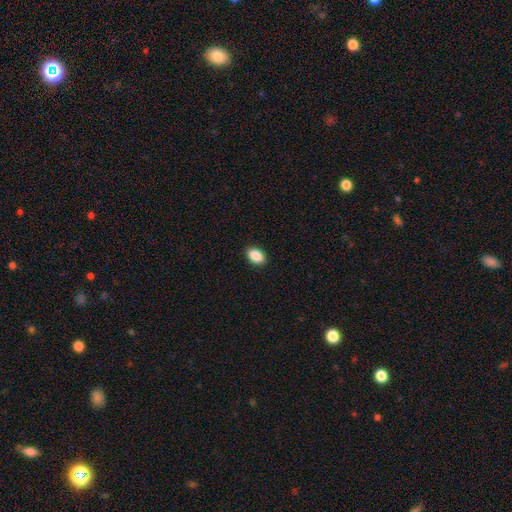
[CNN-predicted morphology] This is clearly a smooth galaxy (89%). How rounded: clearly in between (89%). Merging: clearly none (91%).